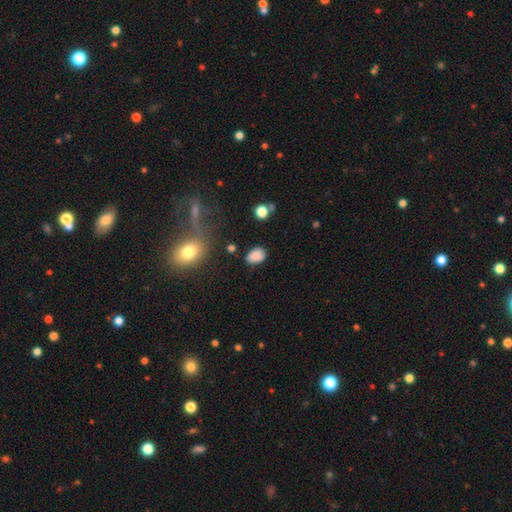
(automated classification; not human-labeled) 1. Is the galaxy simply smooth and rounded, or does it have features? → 85% smooth, 10% star or artifact, 5% featured or disk.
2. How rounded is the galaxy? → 82% in between, 17% round, 1% cigar-shaped.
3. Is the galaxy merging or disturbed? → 75% none, 17% minor disturbance, 4% major disturbance, 3% merger.